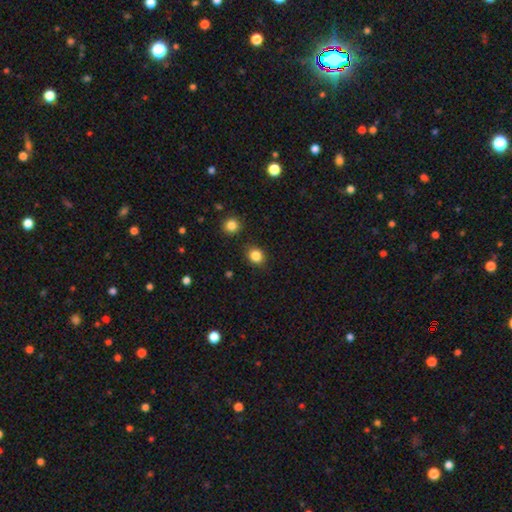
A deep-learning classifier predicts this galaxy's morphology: smooth 84%, star or artifact 11%, featured or disk 5%. Down the decision tree: how rounded — round (72%); merging — none (86%).